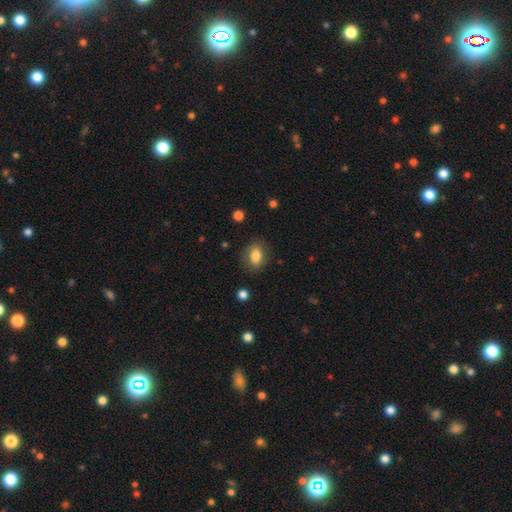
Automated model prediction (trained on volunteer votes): Smooth or featured? smooth (82%)
How rounded? in between (74%)
Merging? none (81%)